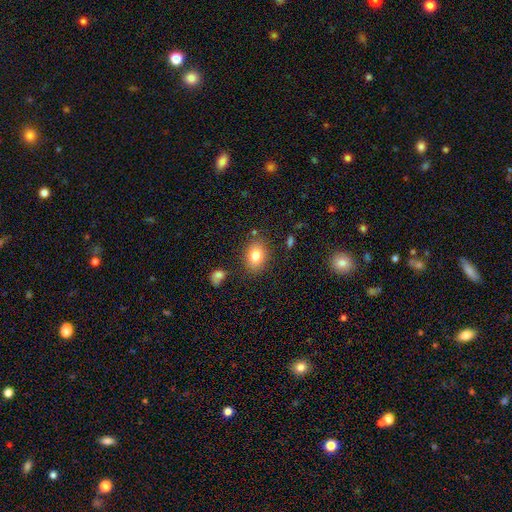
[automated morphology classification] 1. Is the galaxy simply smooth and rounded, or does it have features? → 81% smooth, 10% featured or disk, 10% star or artifact.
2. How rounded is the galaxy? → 72% in between, 27% round, 1% cigar-shaped.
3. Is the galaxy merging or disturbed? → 81% none, 12% minor disturbance, 4% merger, 3% major disturbance.